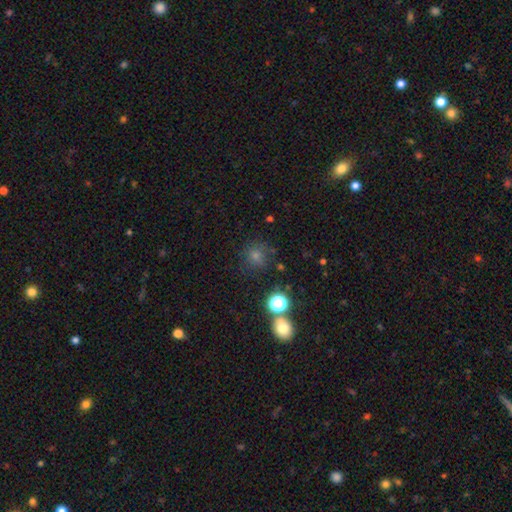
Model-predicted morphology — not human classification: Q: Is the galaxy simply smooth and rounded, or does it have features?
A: smooth — 59%.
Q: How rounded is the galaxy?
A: round — 86%.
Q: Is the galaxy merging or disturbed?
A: none — 77%.